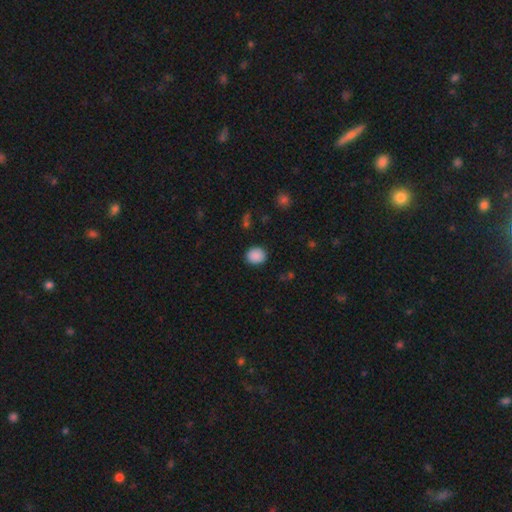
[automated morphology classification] A smooth galaxy with no disk features (89%) that is round (71%).

Vote fractions:
- Smooth or featured? smooth: 89% / star or artifact: 9% / featured or disk: 3%
- How rounded? round: 71% / in between: 28% / cigar-shaped: 1%
- Merging? none: 89% / minor disturbance: 7% / major disturbance: 2% / merger: 1%